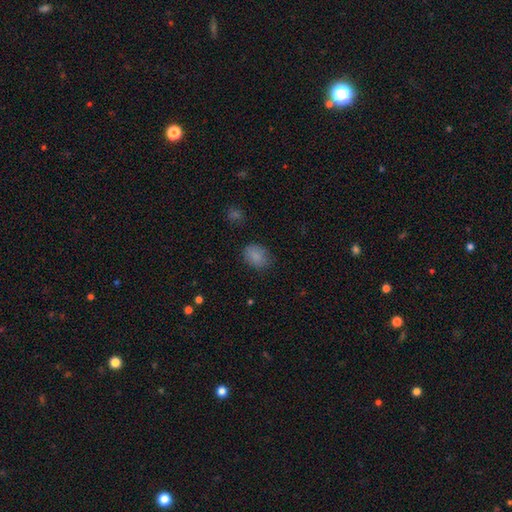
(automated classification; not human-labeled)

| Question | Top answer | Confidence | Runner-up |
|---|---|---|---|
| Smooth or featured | smooth | 85% | star or artifact (10%) |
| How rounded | in between | 65% | round (34%) |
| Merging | none | 77% | minor disturbance (17%) |